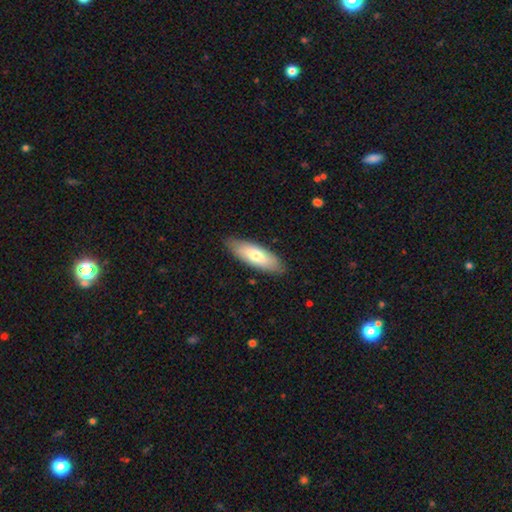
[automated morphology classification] A smooth galaxy with no disk features (71%) that is in between round and cigar-shaped (64%).

Vote fractions:
- Smooth or featured? smooth: 71% / featured or disk: 24% / star or artifact: 5%
- How rounded? in between: 64% / cigar-shaped: 34% / round: 2%
- Merging? none: 86% / minor disturbance: 11% / major disturbance: 2% / merger: 1%